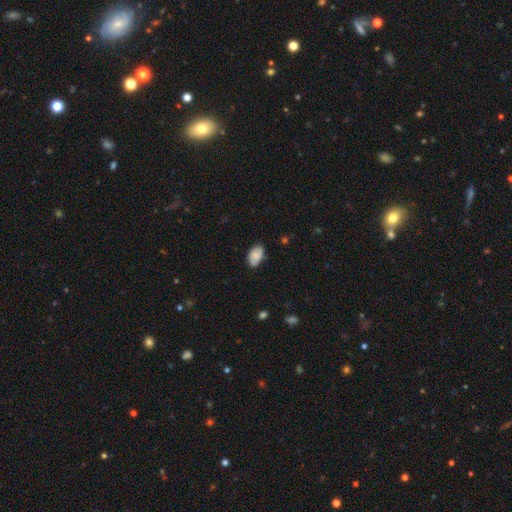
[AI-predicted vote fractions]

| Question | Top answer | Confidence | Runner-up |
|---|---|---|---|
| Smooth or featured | smooth | 74% | featured or disk (18%) |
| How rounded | in between | 91% | round (8%) |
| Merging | none | 75% | minor disturbance (20%) |